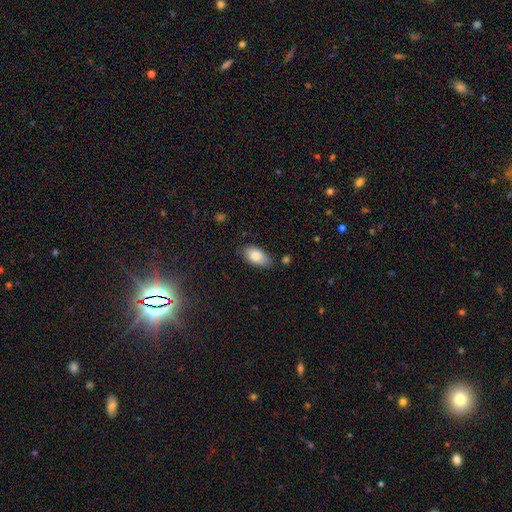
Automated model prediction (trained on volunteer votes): This is clearly a smooth galaxy (83%). How rounded: clearly in between (93%). Merging: likely none (75%).